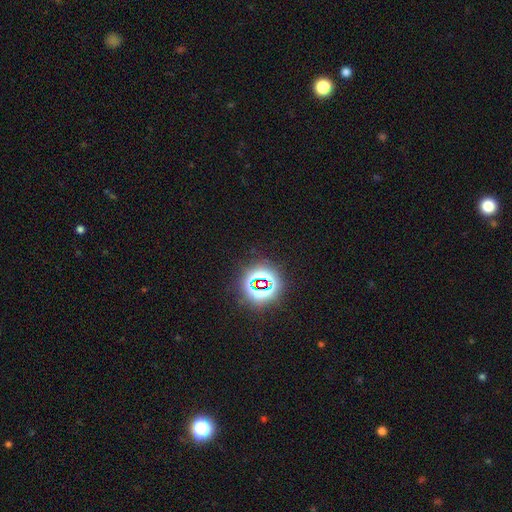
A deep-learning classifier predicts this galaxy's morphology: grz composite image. It shows a star or artifact, not a galaxy (80%).